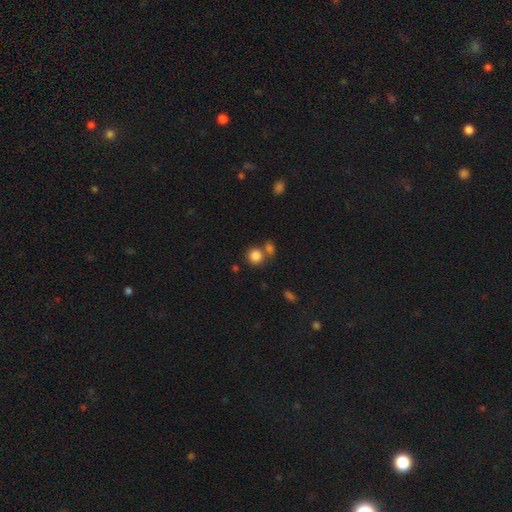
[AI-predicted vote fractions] smooth-or-featured: smooth: 84% | star or artifact: 10% | featured or disk: 6%
  how-rounded: round: 84% | in between: 15% | cigar-shaped: 1%
  merging: none: 60% | merger: 27% | minor disturbance: 9% | major disturbance: 4%